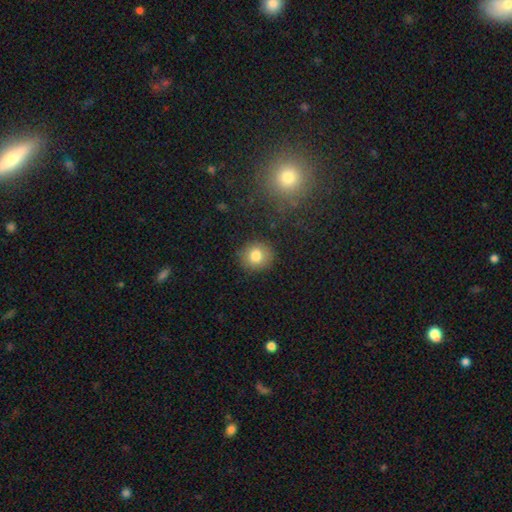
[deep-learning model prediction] Q: Smooth or featured?
A: smooth (80%); runner-up: star or artifact (11%)
Q: How rounded?
A: round (86%); runner-up: in between (13%)
Q: Merging?
A: none (88%); runner-up: minor disturbance (8%)